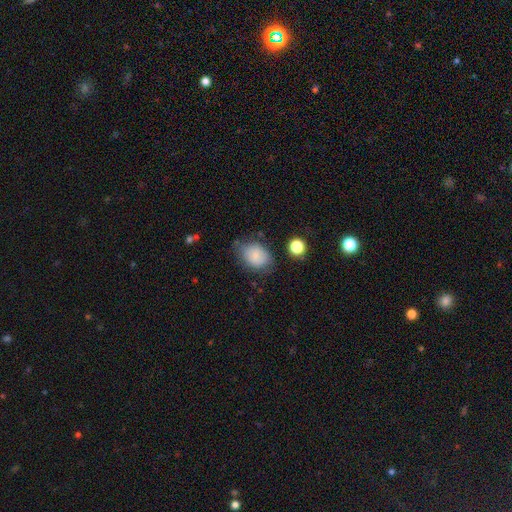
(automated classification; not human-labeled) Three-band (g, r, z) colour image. It shows a smooth galaxy with no disk features (81%) that is in between round and cigar-shaped (67%). Merging: none (63%).